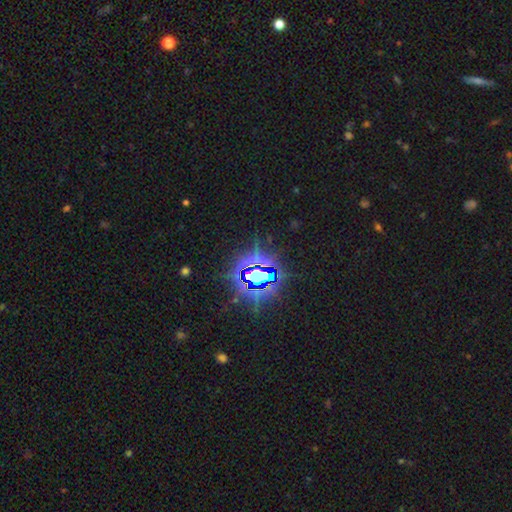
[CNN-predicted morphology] A star or artifact, not a galaxy (84%).

Vote fractions:
- Smooth or featured? star or artifact: 84% / smooth: 8% / featured or disk: 8%